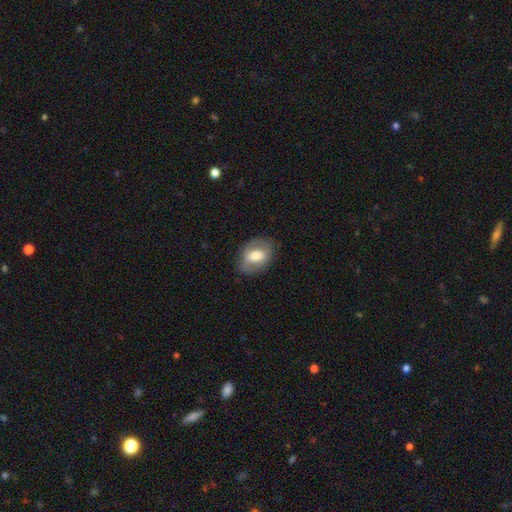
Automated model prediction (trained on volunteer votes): This appears to be a smooth galaxy with no disk features (53%) that is in between round and cigar-shaped (78%). Merging: none (75%).